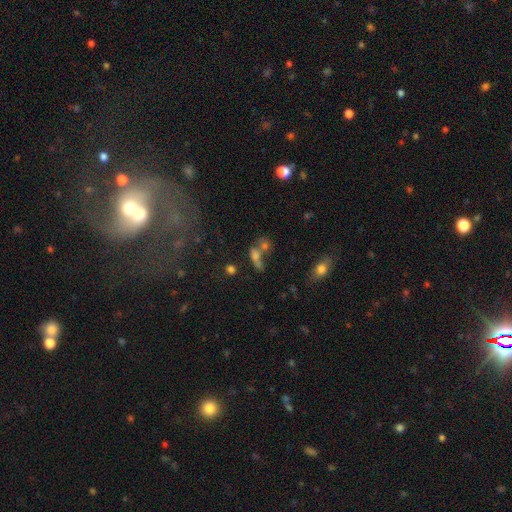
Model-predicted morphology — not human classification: Smooth or featured? Predicted: smooth (p=0.57). How rounded? Predicted: in between (p=0.56). Merging? Predicted: merger (p=0.43).